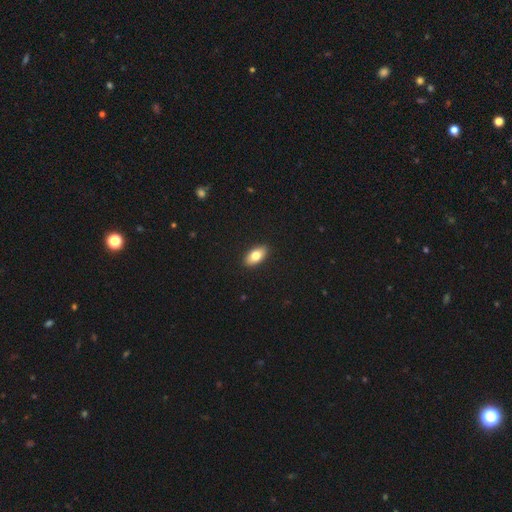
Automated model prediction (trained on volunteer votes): This appears to be a smooth galaxy with no disk features (79%) that is in between round and cigar-shaped (91%). Merging: none (90%).